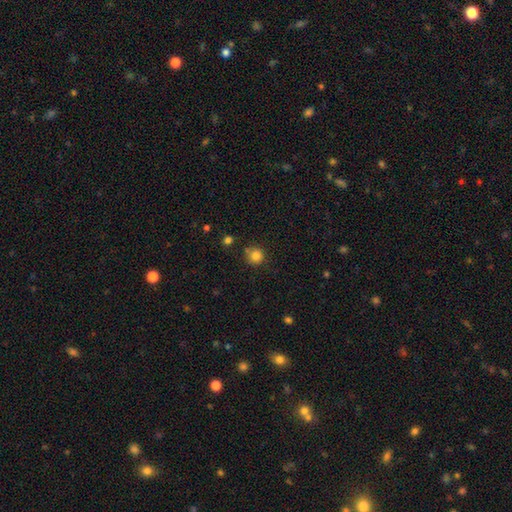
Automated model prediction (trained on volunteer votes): Smooth or featured? Predicted: smooth (p=0.83). How rounded? Predicted: round (p=0.91). Merging? Predicted: none (p=0.75).